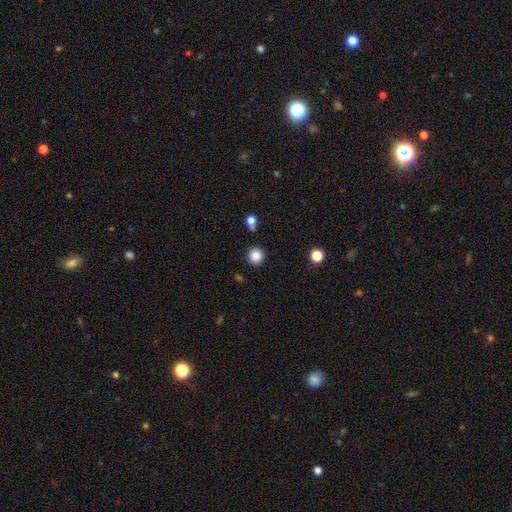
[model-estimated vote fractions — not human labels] Smooth or featured?
  - smooth: 86% *
  - star or artifact: 10%
  - featured or disk: 3%
How rounded?
  - round: 92% *
  - in between: 7%
  - cigar-shaped: 1%
Merging?
  - none: 88% *
  - minor disturbance: 7%
  - merger: 3%
  - major disturbance: 2%